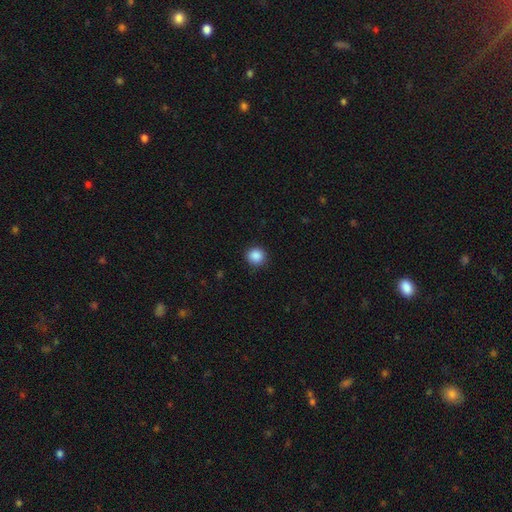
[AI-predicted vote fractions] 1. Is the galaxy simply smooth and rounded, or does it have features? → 88% smooth, 10% star or artifact, 3% featured or disk.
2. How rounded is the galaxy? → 93% round, 6% in between, 1% cigar-shaped.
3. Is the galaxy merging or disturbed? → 90% none, 7% minor disturbance, 2% major disturbance, 1% merger.